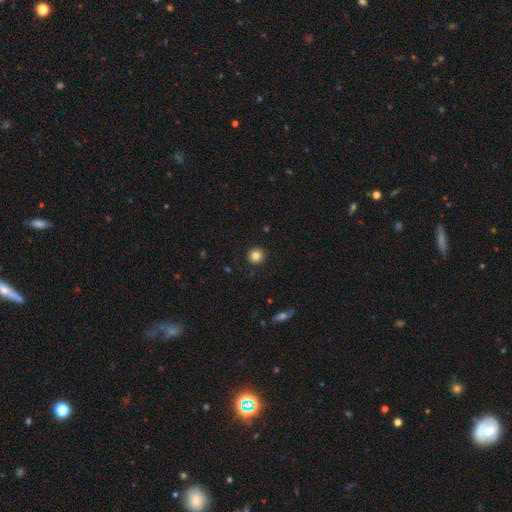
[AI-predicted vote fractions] Smooth or featured? Predicted: smooth (p=0.84). How rounded? Predicted: round (p=0.95). Merging? Predicted: none (p=0.92).